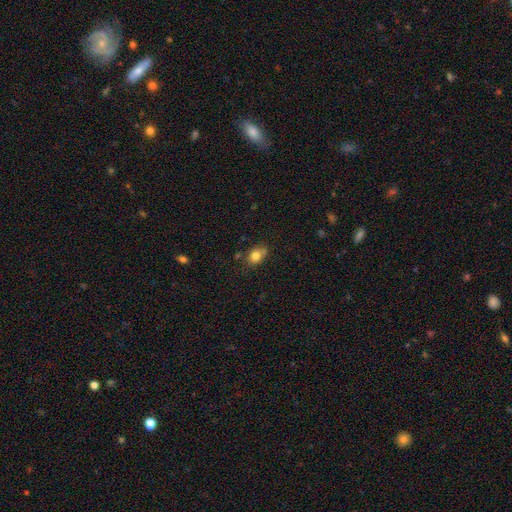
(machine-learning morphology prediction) The model was most divided on "how rounded": in between: 59%, round: 39%, cigar-shaped: 1%. More confident: smooth or featured — smooth (80%); merging — none (62%).